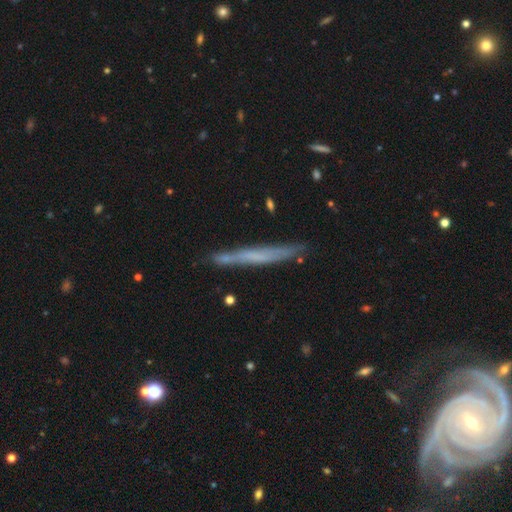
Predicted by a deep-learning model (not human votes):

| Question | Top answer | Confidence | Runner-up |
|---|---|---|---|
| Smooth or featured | featured or disk | 48% | smooth (44%) |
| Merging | none | 80% | minor disturbance (15%) |